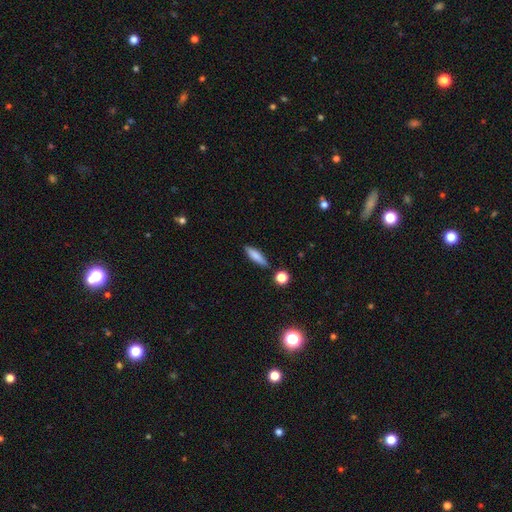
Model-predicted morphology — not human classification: Smooth or featured?
  - smooth: 76% *
  - featured or disk: 17%
  - star or artifact: 7%
How rounded?
  - cigar-shaped: 67% *
  - in between: 30%
  - round: 3%
Merging?
  - none: 84% *
  - minor disturbance: 10%
  - merger: 4%
  - major disturbance: 2%